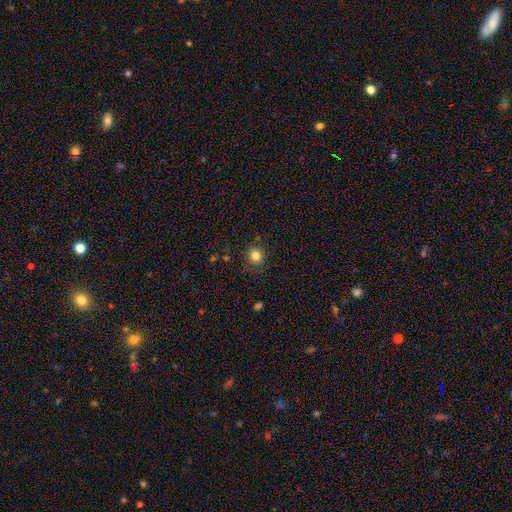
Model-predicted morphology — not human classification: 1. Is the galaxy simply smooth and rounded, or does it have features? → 82% smooth, 12% star or artifact, 5% featured or disk.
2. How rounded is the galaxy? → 87% round, 12% in between, 1% cigar-shaped.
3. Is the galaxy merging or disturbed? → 86% none, 10% minor disturbance, 3% major disturbance, 2% merger.